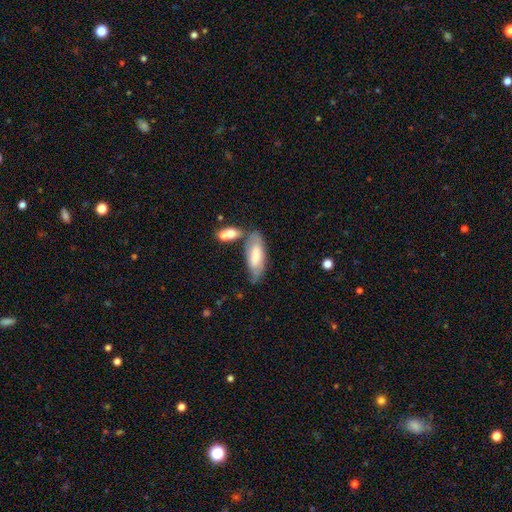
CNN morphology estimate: This appears to be a smooth galaxy with no disk features (65%) that is in between round and cigar-shaped (70%). Merging: none (57%).